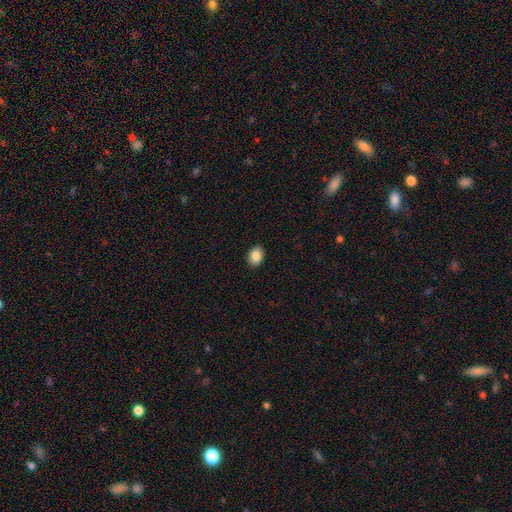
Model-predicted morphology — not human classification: Q: Smooth or featured?
A: smooth (86%); runner-up: star or artifact (8%)
Q: How rounded?
A: in between (73%); runner-up: round (26%)
Q: Merging?
A: none (91%); runner-up: minor disturbance (7%)